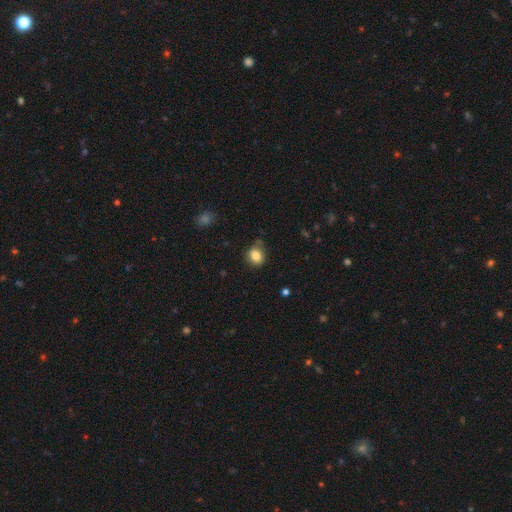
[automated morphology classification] Overall: smooth (83%). How rounded: round (65%; in between 34%). Merging: none (72%).